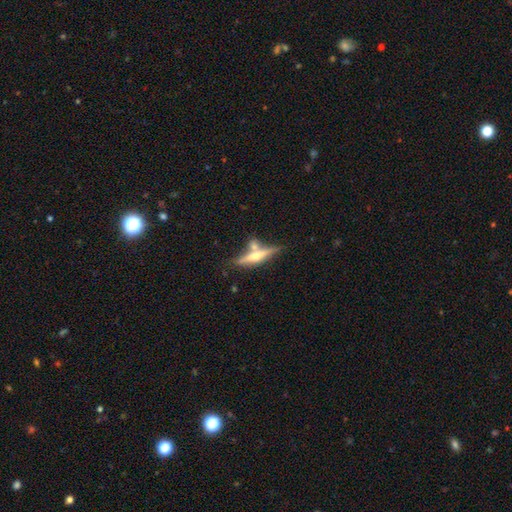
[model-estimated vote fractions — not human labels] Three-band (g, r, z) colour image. It shows a featured or disk galaxy (62%) viewed edge-on (95%) with a rounded central bulge (87%). Merging: none (61%).